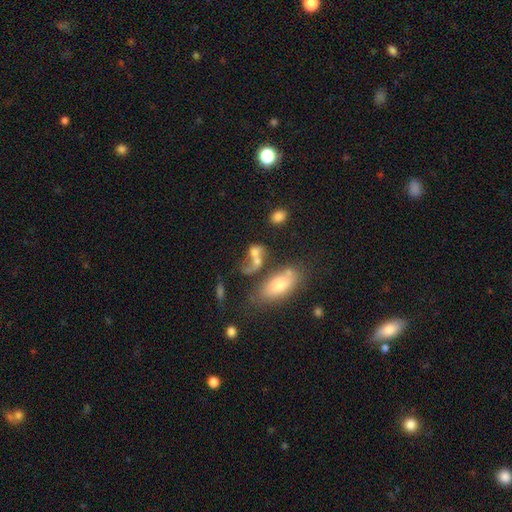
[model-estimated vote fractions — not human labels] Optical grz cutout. It shows a smooth galaxy with no disk features (58%) that is in between round and cigar-shaped (69%). Merging: merger (51%).